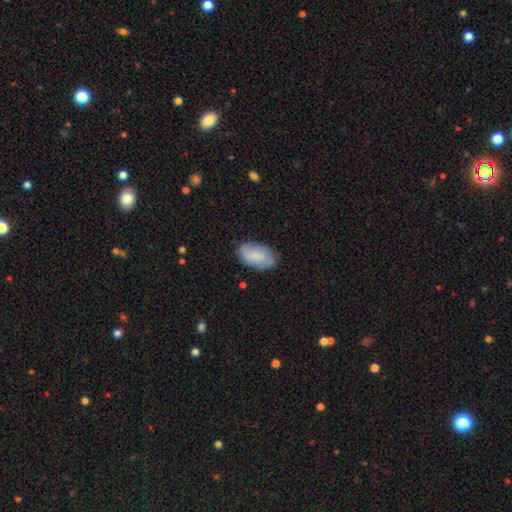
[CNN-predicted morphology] Smooth or featured? smooth (75%)
How rounded? in between (94%)
Merging? none (78%)